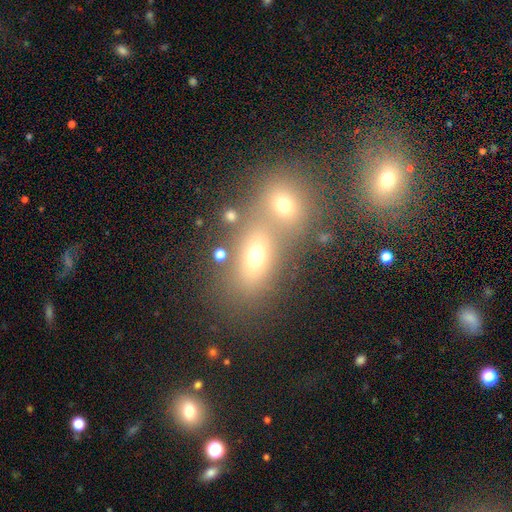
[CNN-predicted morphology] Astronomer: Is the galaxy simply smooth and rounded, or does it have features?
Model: smooth — 62%.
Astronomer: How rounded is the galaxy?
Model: in between — 65%.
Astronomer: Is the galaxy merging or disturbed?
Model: merger — 48% (runner-up: none, 40%).